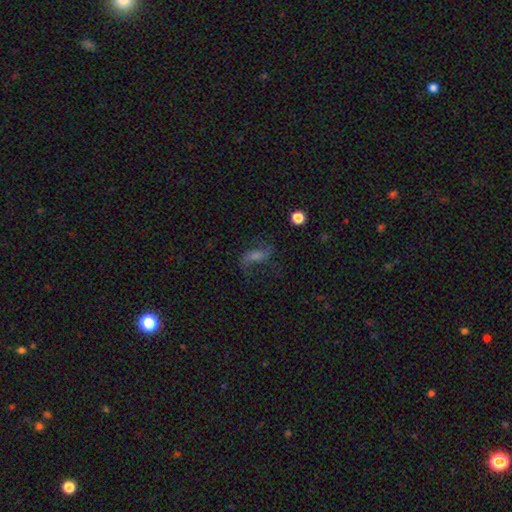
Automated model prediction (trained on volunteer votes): smooth-or-featured: featured or disk: 55% | smooth: 26% | star or artifact: 18%
  disk-edge-on: no: 91% | yes: 9%
    bar: no: 40% (tied) | weak: 40% (tied) | strong: 20%
    has-spiral-arms: yes: 86% | no: 14%
    bulge-size: small: 31% | none: 28% | moderate: 28% | large: 10% | dominant: 3%
  merging: none: 63% | minor disturbance: 18% | major disturbance: 17% | merger: 2%